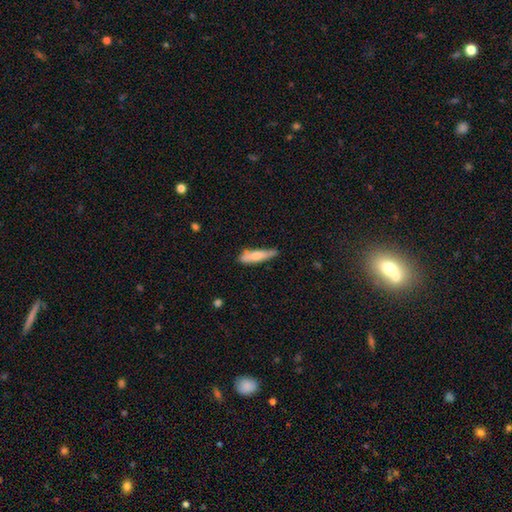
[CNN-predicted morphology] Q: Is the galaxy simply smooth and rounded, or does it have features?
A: smooth — 72%.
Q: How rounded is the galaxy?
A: cigar-shaped — 76%.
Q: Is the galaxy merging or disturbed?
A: none — 59%.